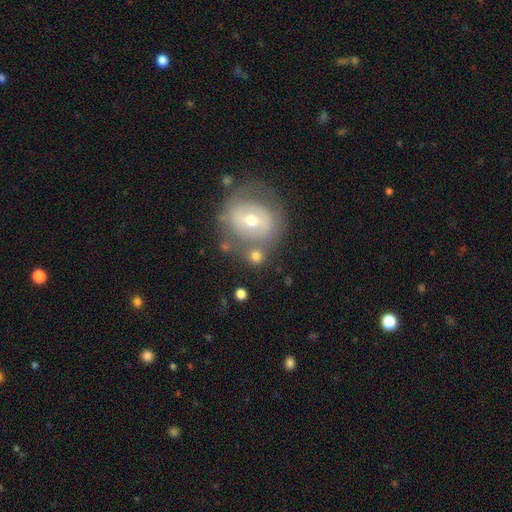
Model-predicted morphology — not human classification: A smooth galaxy with no disk features (60%) that is round (81%).

Vote fractions:
- Smooth or featured? smooth: 60% / featured or disk: 31% / star or artifact: 10%
- How rounded? round: 81% / in between: 18% / cigar-shaped: 2%
- Merging? none: 61% / merger: 19% / minor disturbance: 14% / major disturbance: 7%